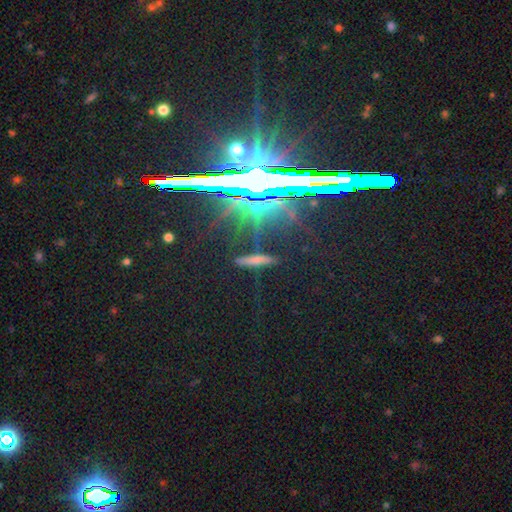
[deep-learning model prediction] The model was most divided on "smooth or featured": star or artifact: 77%, featured or disk: 14%, smooth: 9%.